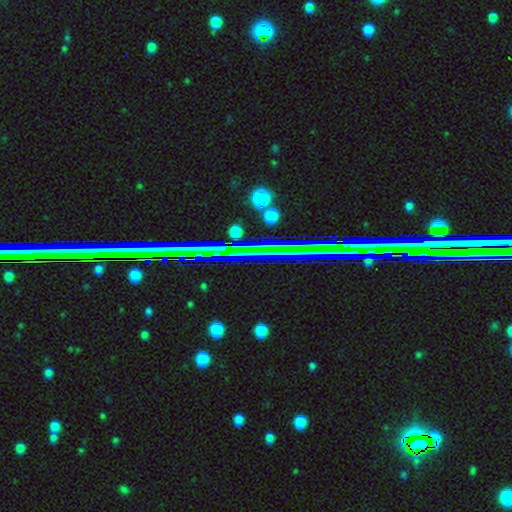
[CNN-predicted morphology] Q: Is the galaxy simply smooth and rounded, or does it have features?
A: star or artifact — 73%.